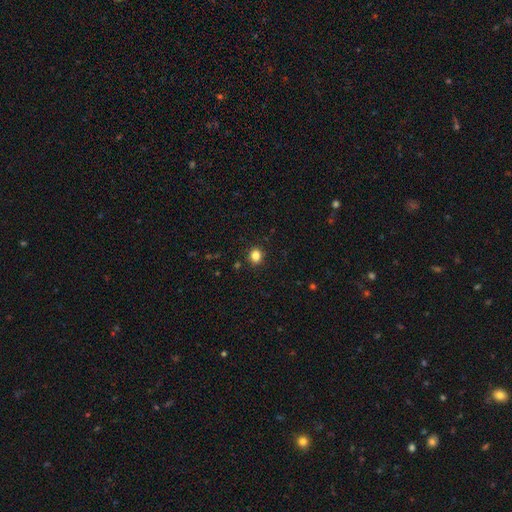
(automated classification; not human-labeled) smooth-or-featured: smooth: 84% | star or artifact: 12% | featured or disk: 4%
  how-rounded: round: 73% | in between: 27% | cigar-shaped: 1%
  merging: none: 91% | minor disturbance: 6% | major disturbance: 2% | merger: 1%